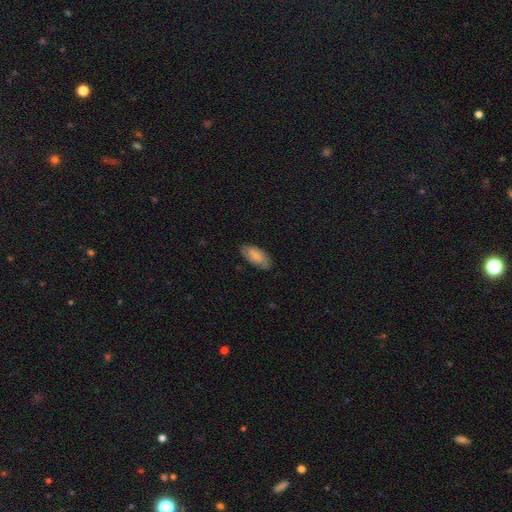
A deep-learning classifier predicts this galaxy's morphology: The model was most divided on "smooth or featured": smooth: 67%, featured or disk: 26%, star or artifact: 7%. More confident: how rounded — in between (91%); merging — none (81%).